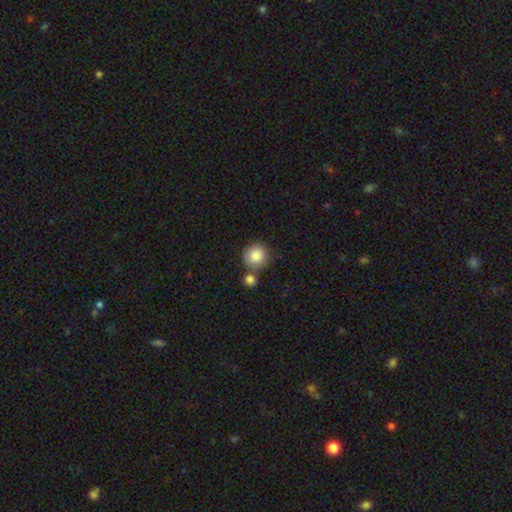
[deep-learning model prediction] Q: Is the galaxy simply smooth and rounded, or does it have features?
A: smooth — 86%.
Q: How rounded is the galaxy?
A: round — 92%.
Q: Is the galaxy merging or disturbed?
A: none — 64%.